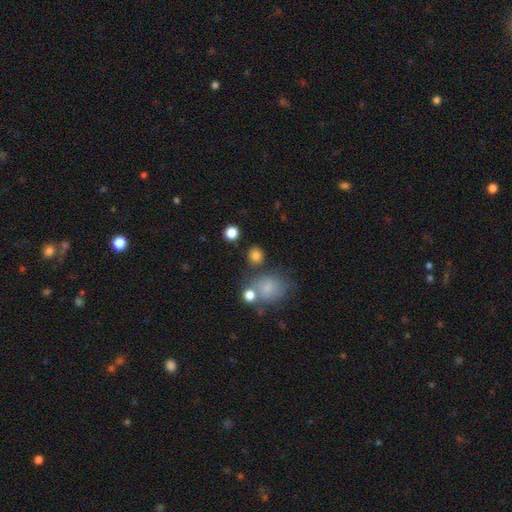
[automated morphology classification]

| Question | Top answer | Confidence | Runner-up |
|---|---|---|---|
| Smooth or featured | smooth | 82% | star or artifact (12%) |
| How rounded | round | 84% | in between (15%) |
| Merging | none | 75% | merger (10%) |